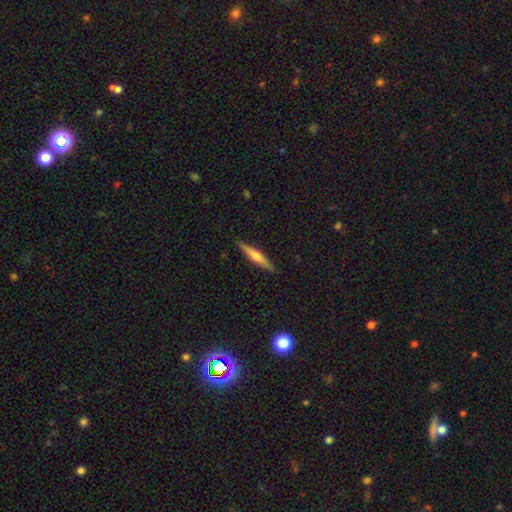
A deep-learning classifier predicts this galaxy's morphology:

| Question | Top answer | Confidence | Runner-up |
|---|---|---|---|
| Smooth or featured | smooth | 51% | featured or disk (43%) |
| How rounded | cigar-shaped | 91% | in between (8%) |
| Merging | none | 89% | minor disturbance (8%) |